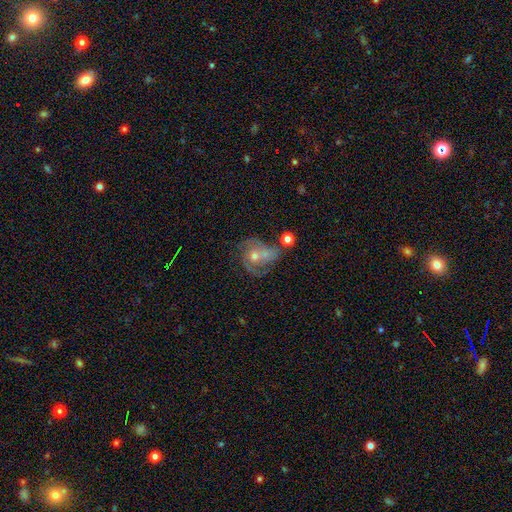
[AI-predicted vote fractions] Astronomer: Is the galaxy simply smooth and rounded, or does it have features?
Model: featured or disk — 75%.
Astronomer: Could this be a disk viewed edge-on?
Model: no — 97%.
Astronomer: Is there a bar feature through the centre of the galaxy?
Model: no — 67%.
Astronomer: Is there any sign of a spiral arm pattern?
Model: yes — 89%.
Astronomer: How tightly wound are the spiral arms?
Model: medium — 48% (runner-up: tight, 33%).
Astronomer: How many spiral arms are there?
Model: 2 — 38% (runner-up: 3, 25%).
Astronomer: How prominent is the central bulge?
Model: moderate — 49% (runner-up: small, 45%).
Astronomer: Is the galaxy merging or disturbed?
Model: none — 48%.